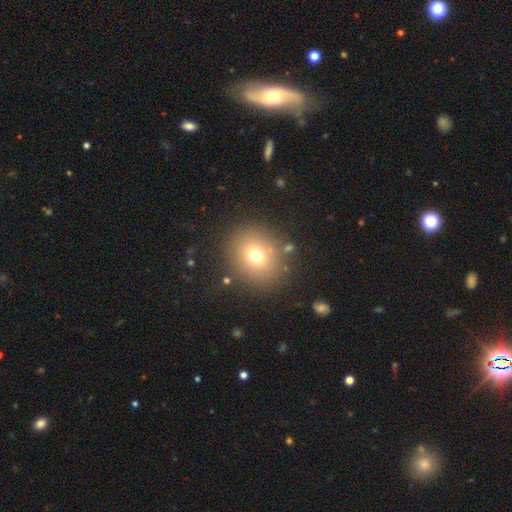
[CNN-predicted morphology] Overall: smooth (71%). How rounded: round (76%). Merging: none (83%).